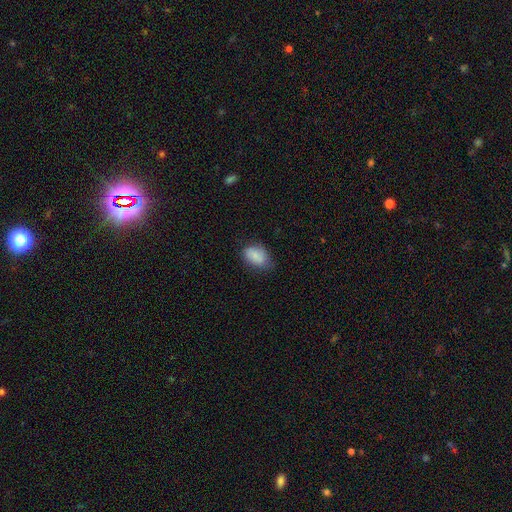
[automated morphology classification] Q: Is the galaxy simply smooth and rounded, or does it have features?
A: smooth — 85%.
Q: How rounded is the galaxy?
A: in between — 87%.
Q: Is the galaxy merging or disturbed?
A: none — 64%.